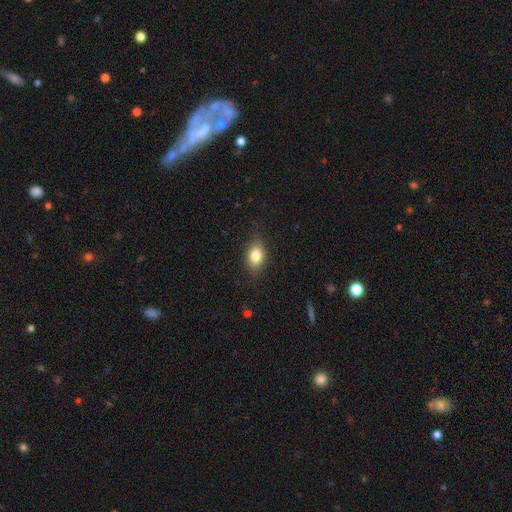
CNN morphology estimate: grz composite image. It shows a smooth galaxy with no disk features (82%) that is in between round and cigar-shaped (80%). Merging: none (83%).